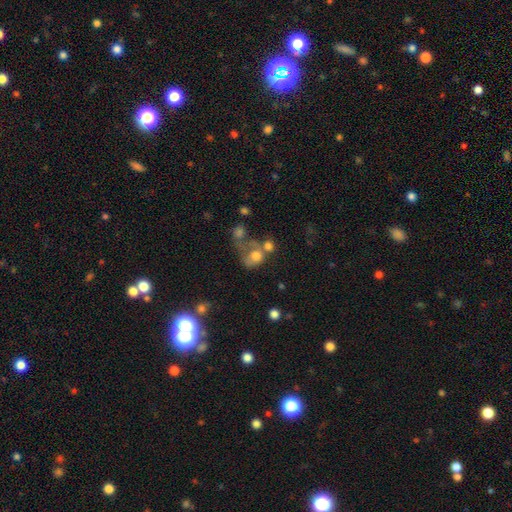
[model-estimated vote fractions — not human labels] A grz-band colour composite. It shows a smooth galaxy with no disk features (63%) that is round (54%). Merging: merger (47%).